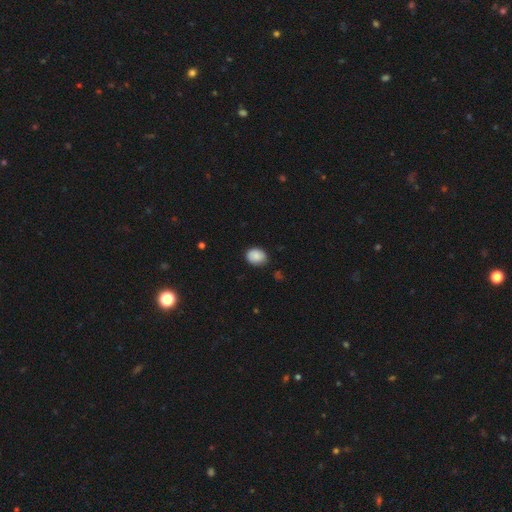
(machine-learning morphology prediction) Smooth or featured?
  - smooth: 86% *
  - star or artifact: 8%
  - featured or disk: 6%
How rounded?
  - in between: 57% *
  - round: 42%
  - cigar-shaped: 1%
Merging?
  - none: 78% *
  - minor disturbance: 17%
  - major disturbance: 3%
  - merger: 1%